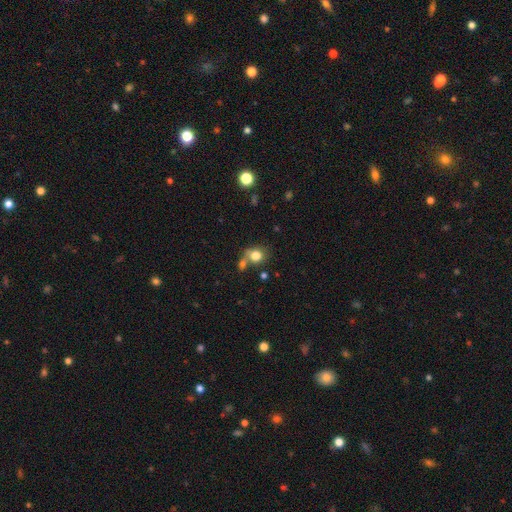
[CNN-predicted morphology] type=smooth (79%); roundness=round (70%); merging=none (48%).